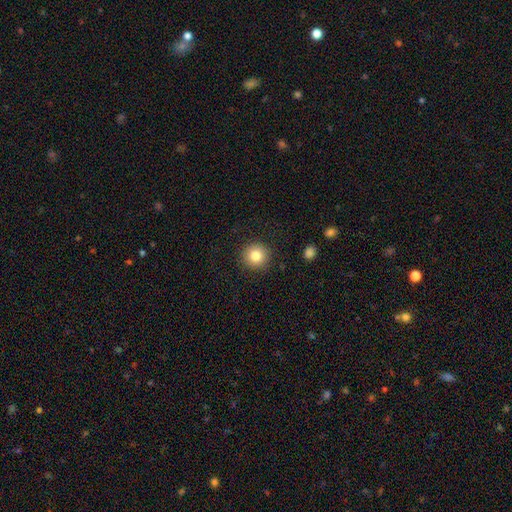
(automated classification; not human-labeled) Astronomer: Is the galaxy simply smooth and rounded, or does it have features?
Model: smooth — 83%.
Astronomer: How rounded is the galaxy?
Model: round — 93%.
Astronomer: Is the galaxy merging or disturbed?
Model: none — 90%.